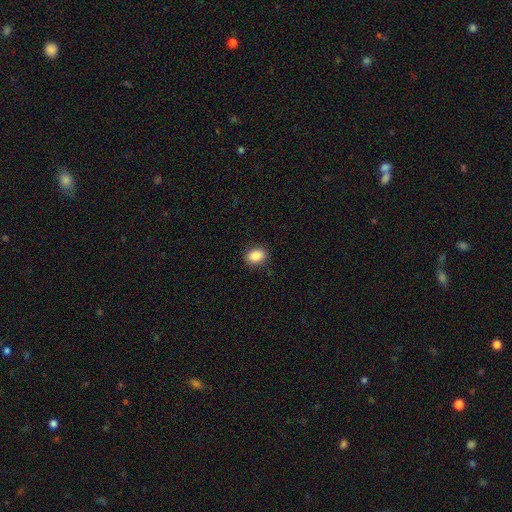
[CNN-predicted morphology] Smooth or featured?
  - smooth: 89% *
  - star or artifact: 8%
  - featured or disk: 3%
How rounded?
  - in between: 74% *
  - round: 24%
  - cigar-shaped: 1%
Merging?
  - none: 88% *
  - minor disturbance: 8%
  - major disturbance: 2%
  - merger: 1%